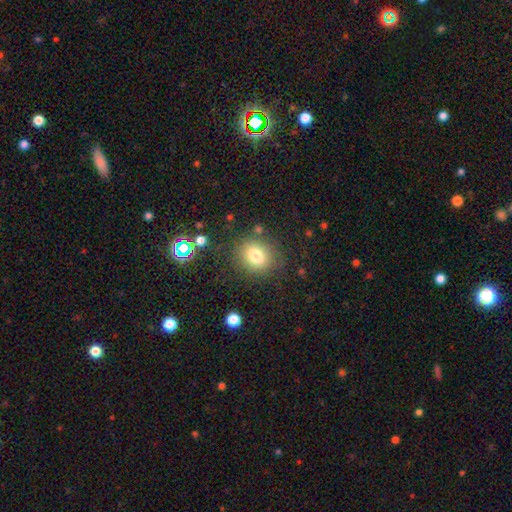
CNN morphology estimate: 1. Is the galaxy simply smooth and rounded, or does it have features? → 78% smooth, 13% star or artifact, 9% featured or disk.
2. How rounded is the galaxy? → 71% round, 28% in between, 1% cigar-shaped.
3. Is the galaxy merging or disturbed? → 82% none, 11% minor disturbance, 4% major disturbance, 3% merger.